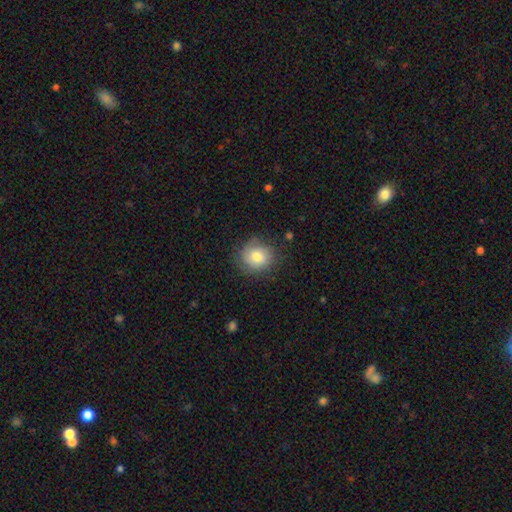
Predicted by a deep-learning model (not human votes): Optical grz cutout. It shows a smooth galaxy with no disk features (70%) that is round (83%). Merging: none (75%).